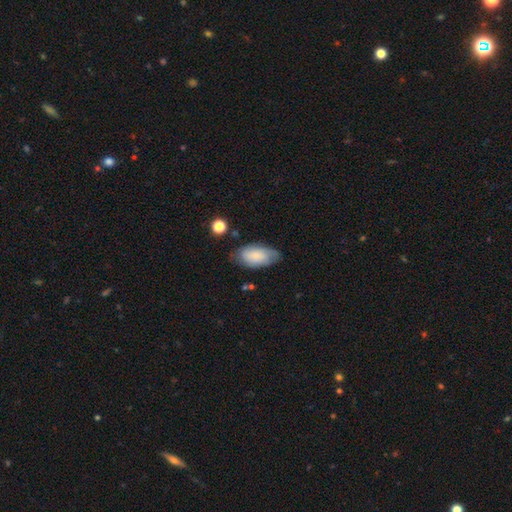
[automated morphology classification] Smooth or featured? Predicted: smooth (p=0.73). How rounded? Predicted: in between (p=0.93). Merging? Predicted: none (p=0.69).